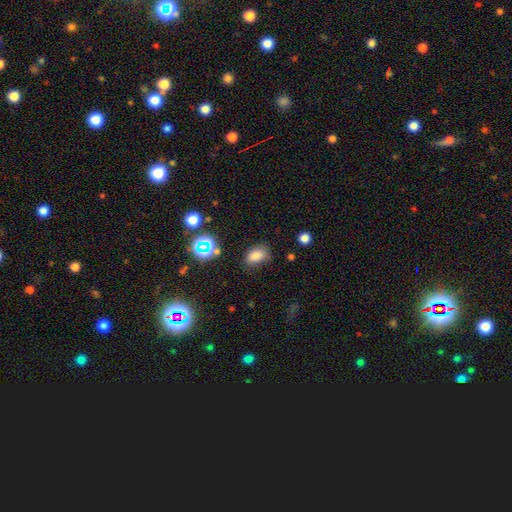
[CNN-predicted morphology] Smooth or featured: smooth — 77% (star or artifact — 16%)
How rounded: in between — 84% (round — 15%)
Merging: none — 73% (minor disturbance — 19%)